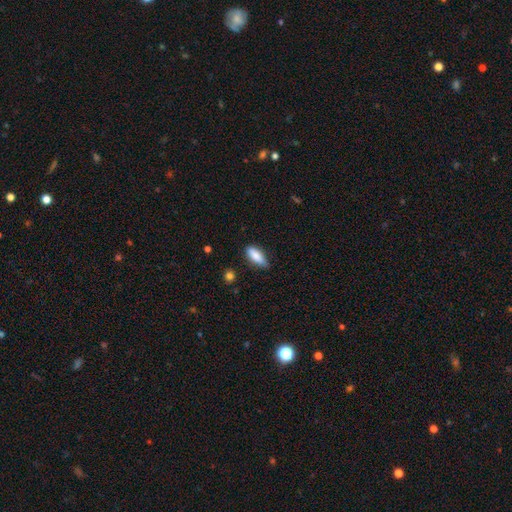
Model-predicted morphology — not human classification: Smooth or featured? smooth (83%)
How rounded? in between (69%)
Merging? none (71%)